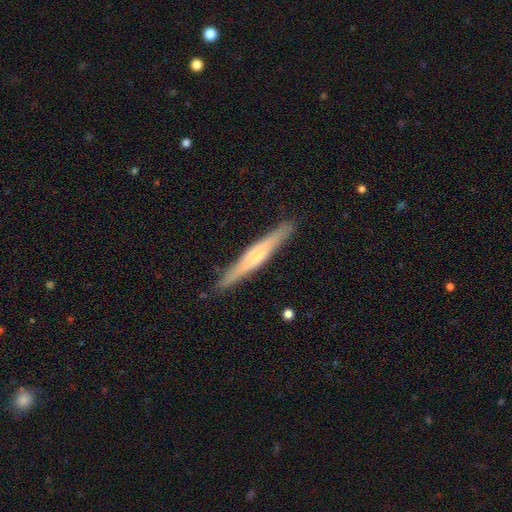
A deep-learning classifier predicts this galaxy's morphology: Q: Smooth or featured?
A: featured or disk (55%); runner-up: smooth (39%)
Q: Edge-on disk?
A: yes (96%); runner-up: no (4%)
Q: Edge-on bulge?
A: rounded (49%); runner-up: none (36%)
Q: Merging?
A: none (90%); runner-up: minor disturbance (8%)